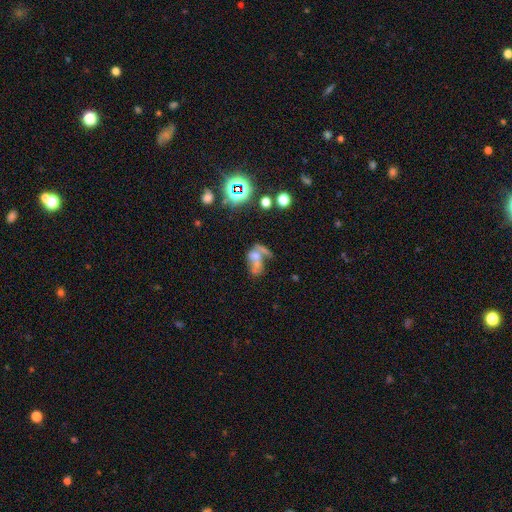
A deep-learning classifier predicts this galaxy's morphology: The model was most divided on "smooth or featured": featured or disk: 41%, smooth: 37%, star or artifact: 22%. Remaining: merging — merger (50%).